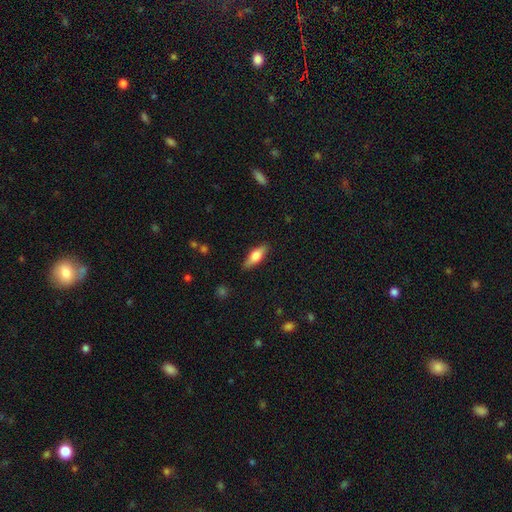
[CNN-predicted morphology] Overall: smooth (63%; featured or disk 31%). How rounded: in between (58%; cigar-shaped 39%). Merging: none (86%).